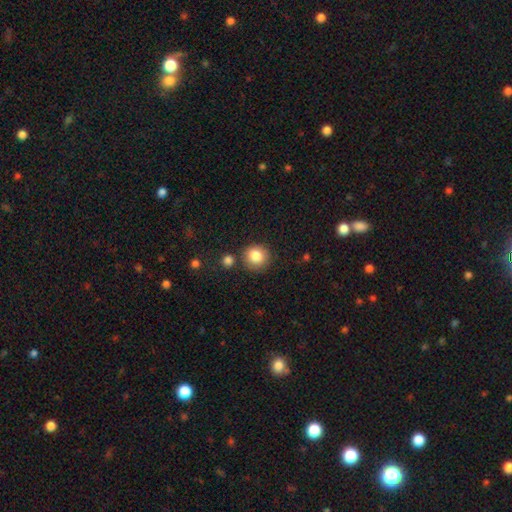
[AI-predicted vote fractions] This appears to be a smooth galaxy with no disk features (85%) that is round (90%). Merging: none (82%).